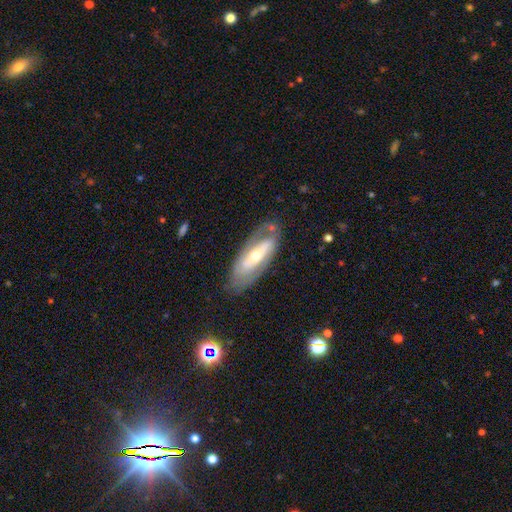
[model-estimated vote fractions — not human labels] smooth_or_featured: featured or disk (p=0.70) [alt: smooth p=0.24]
disk_edge_on: no (p=0.83) [alt: yes p=0.17]
bar: strong (p=0.40) [alt: no p=0.34]
has_spiral_arms: yes (p=0.62) [alt: no p=0.38]
bulge_size: moderate (p=0.57) [alt: small p=0.35]
merging: none (p=0.73) [alt: minor disturbance p=0.17]